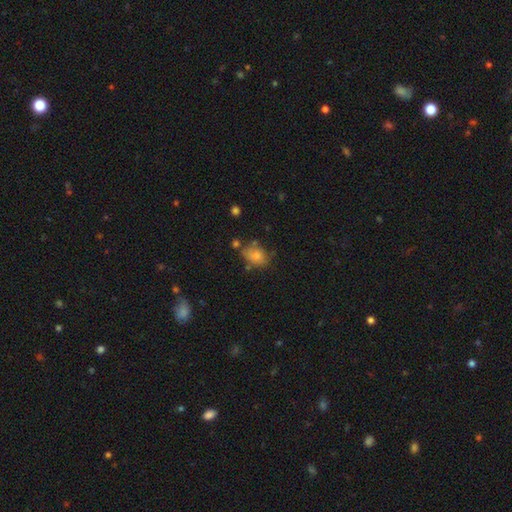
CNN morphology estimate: Overall: smooth (74%). How rounded: in between (64%; round 35%). Merging: none (55%; minor disturbance 25%).